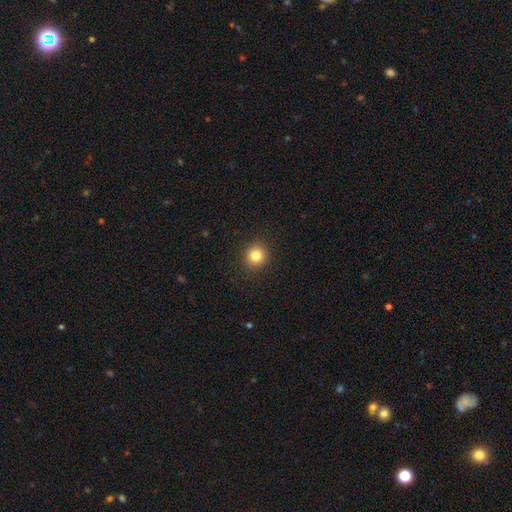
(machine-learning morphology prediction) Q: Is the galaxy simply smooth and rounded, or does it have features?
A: smooth — 81%.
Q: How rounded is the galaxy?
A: round — 90%.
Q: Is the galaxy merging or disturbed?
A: none — 91%.